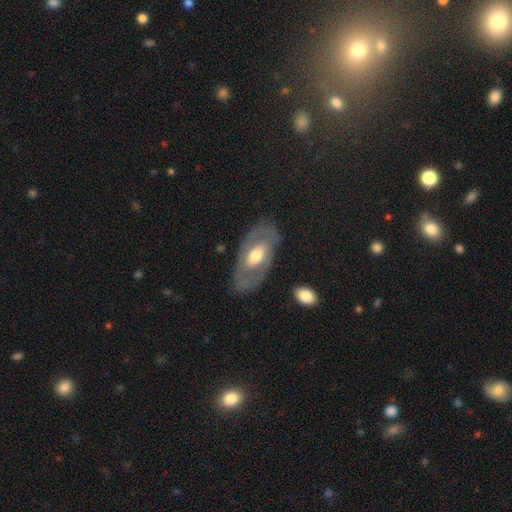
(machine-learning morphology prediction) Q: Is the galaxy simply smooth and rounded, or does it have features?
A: featured or disk — 64%.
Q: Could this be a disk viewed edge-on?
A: no — 89%.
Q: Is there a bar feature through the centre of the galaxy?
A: no — 53%.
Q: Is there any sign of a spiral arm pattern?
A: no — 54%.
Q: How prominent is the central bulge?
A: moderate — 65%.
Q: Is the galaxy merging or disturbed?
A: none — 77%.